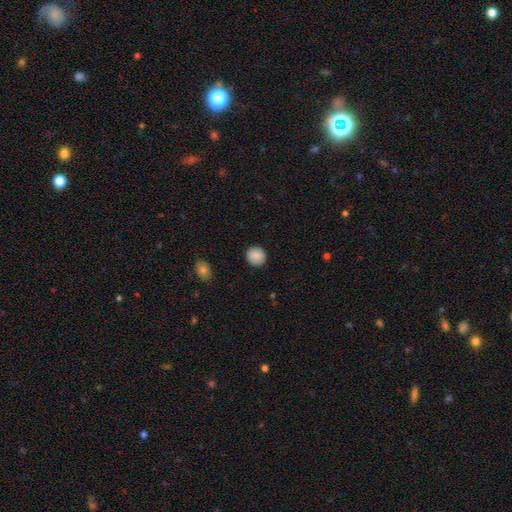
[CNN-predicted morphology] Smooth or featured? Predicted: smooth (p=0.88). How rounded? Predicted: round (p=0.89). Merging? Predicted: none (p=0.90).